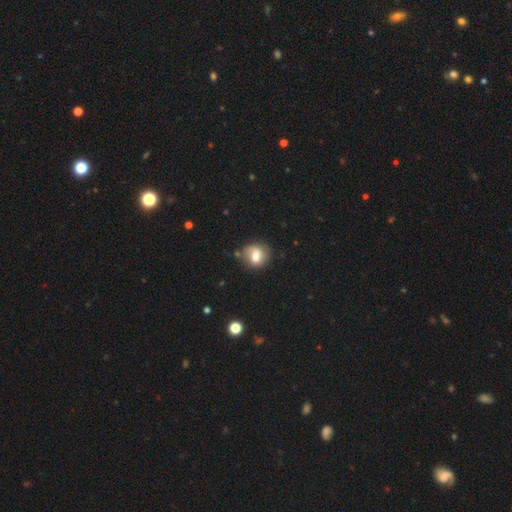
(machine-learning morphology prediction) Smooth or featured? smooth (69%)
How rounded? round (66%)
Merging? none (65%)